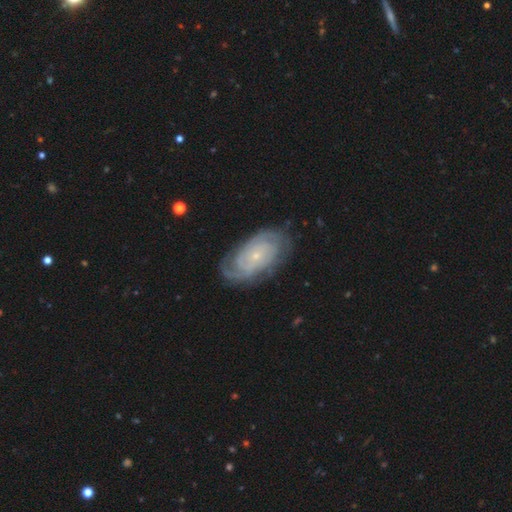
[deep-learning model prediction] Morphology: type=featured or disk (80%); edge-on=no (95%); bar=no (79%); spiral arms=yes (95%); winding=tight (74%); arm count=can't tell (36%); bulge=small (84%); merging=none (78%).